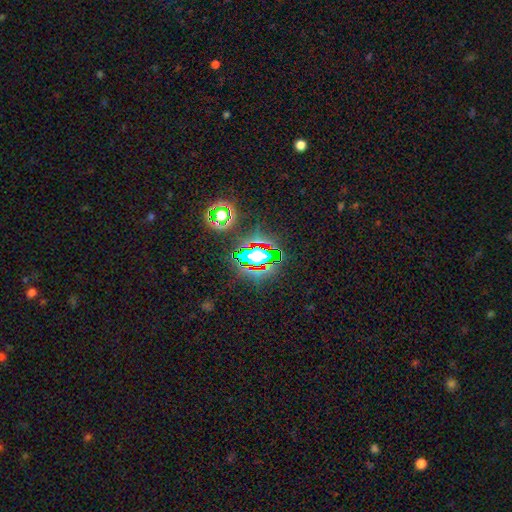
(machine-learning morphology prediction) Smooth or featured? Predicted: star or artifact (p=0.67).